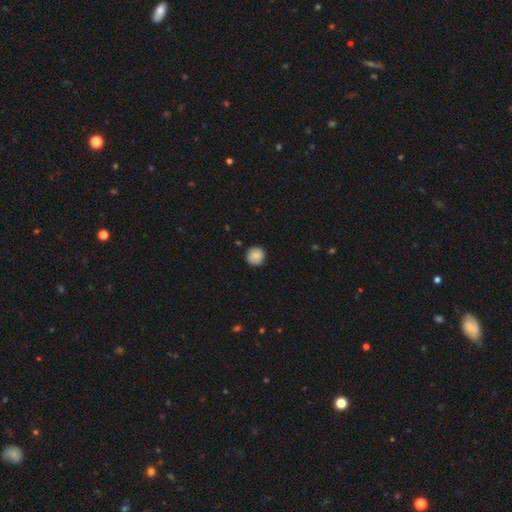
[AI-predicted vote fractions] Smooth or featured?
  - smooth: 85% *
  - star or artifact: 7%
  - featured or disk: 7%
How rounded?
  - round: 94% *
  - in between: 5%
  - cigar-shaped: 1%
Merging?
  - none: 88% *
  - minor disturbance: 9%
  - major disturbance: 2%
  - merger: 1%